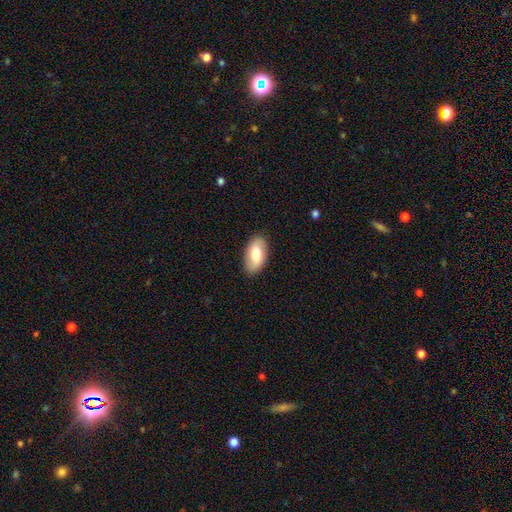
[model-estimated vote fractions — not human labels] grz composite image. It shows a smooth galaxy with no disk features (69%) that is in between round and cigar-shaped (93%). Merging: none (86%).